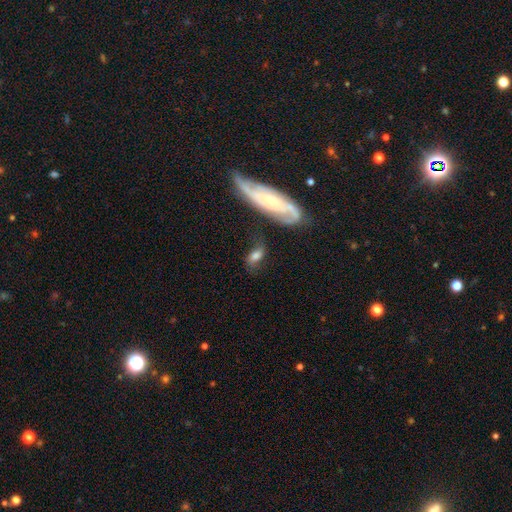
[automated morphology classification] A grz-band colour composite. It shows a smooth galaxy with no disk features (54%) that is in between round and cigar-shaped (80%). Merging: none (51%).